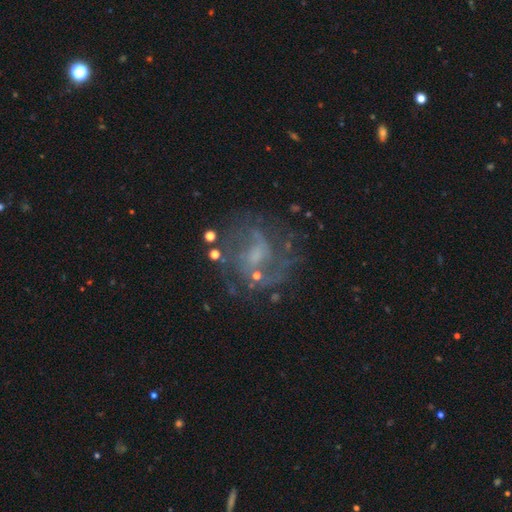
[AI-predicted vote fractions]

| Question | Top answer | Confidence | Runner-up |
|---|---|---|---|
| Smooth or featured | featured or disk | 75% | star or artifact (13%) |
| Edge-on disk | no | 98% | yes (2%) |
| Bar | no | 45% | tied: weak (45%) |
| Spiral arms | yes | 80% | no (20%) |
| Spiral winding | medium | 45% | tight (28%) |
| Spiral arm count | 2 | 44% | can't tell (32%) |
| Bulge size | small | 45% | none (28%) |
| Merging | none | 66% | minor disturbance (16%) |